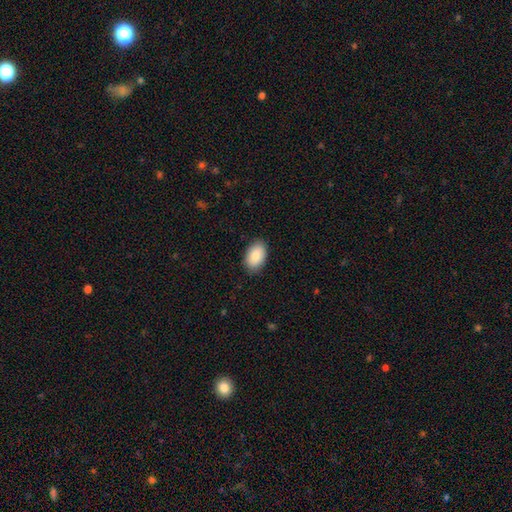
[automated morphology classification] Smooth or featured? smooth (87%)
How rounded? in between (91%)
Merging? none (87%)